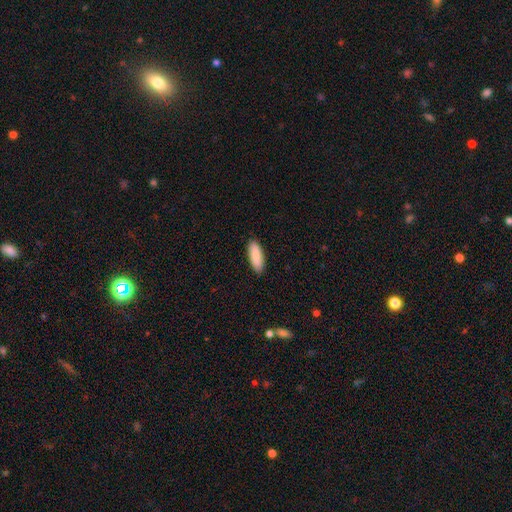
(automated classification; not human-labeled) This is clearly a smooth galaxy (88%). How rounded: likely in between (64%). Merging: clearly none (90%).